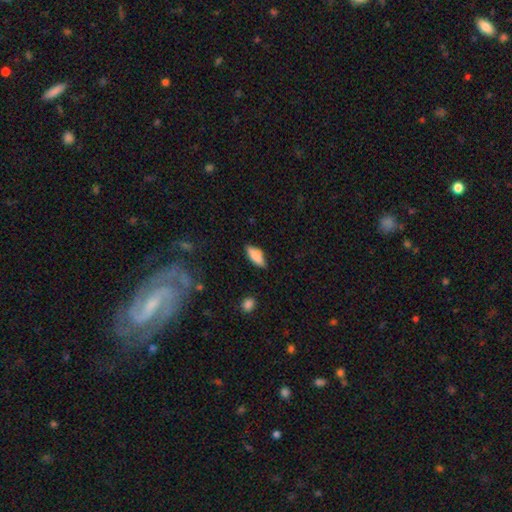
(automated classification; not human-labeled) A smooth galaxy with no disk features (80%) that is in between round and cigar-shaped (71%). Merging: none (77%).